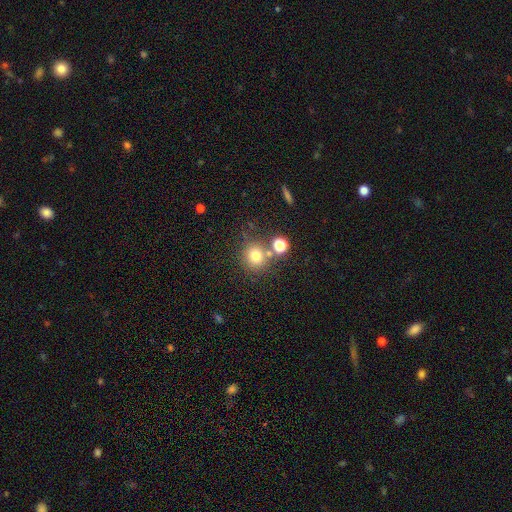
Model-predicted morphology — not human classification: Smooth or featured? smooth (74%)
How rounded? round (87%)
Merging? none (67%)